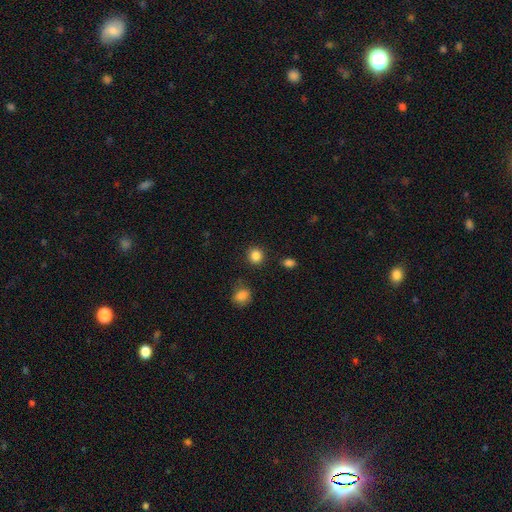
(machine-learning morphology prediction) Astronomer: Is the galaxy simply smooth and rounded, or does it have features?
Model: smooth — 86%.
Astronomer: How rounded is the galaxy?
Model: round — 87%.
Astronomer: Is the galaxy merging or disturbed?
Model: none — 88%.